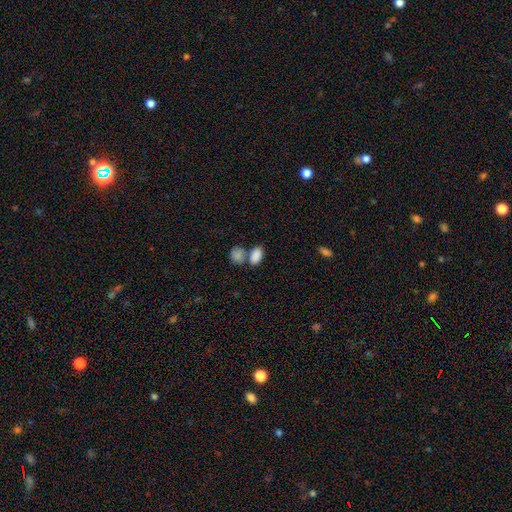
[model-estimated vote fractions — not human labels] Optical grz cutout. It shows a smooth galaxy with no disk features (86%) that is in between round and cigar-shaped (89%). Merging: merger (43%).